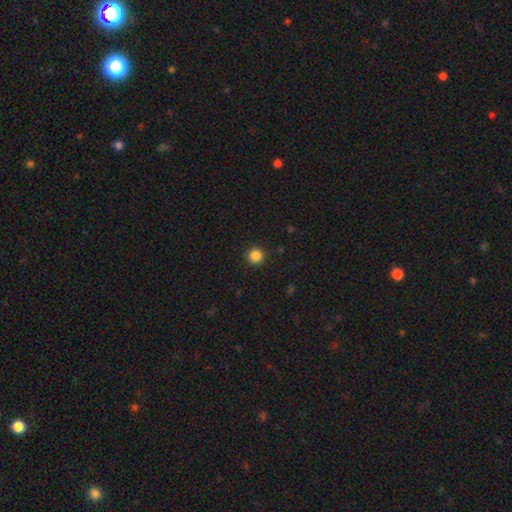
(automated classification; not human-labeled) This is clearly a smooth galaxy (86%). How rounded: clearly round (96%). Merging: clearly none (93%).